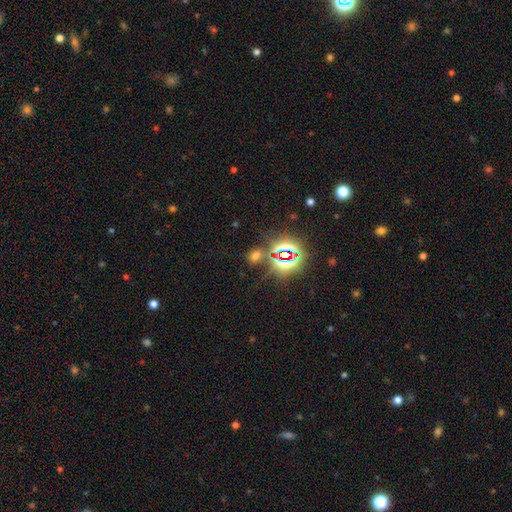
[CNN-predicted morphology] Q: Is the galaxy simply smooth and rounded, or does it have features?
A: star or artifact — 49%.